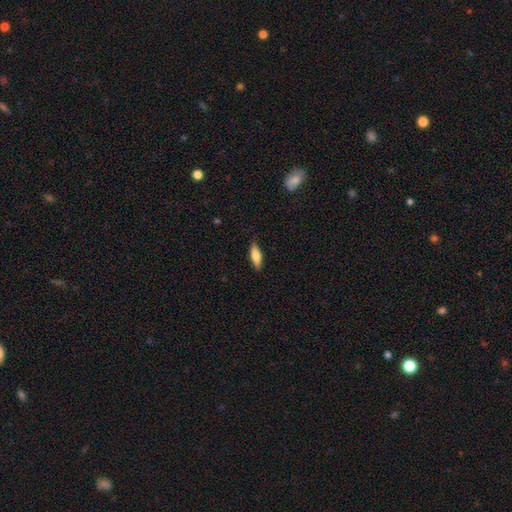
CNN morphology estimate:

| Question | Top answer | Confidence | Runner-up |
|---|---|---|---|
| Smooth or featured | smooth | 73% | featured or disk (21%) |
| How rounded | in between | 54% | cigar-shaped (44%) |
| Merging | none | 86% | minor disturbance (11%) |